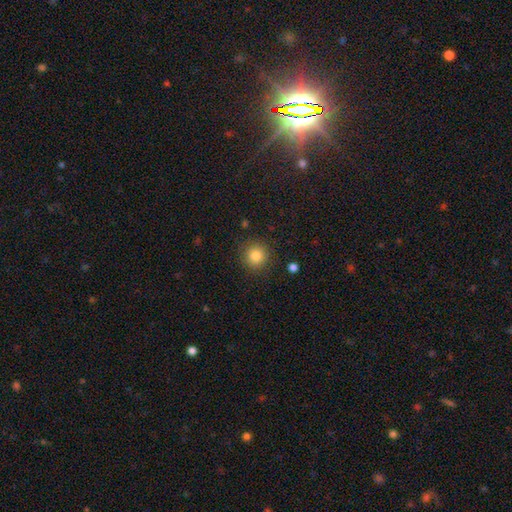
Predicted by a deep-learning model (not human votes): A smooth galaxy with no disk features (83%) that is round (93%). Merging: none (89%).